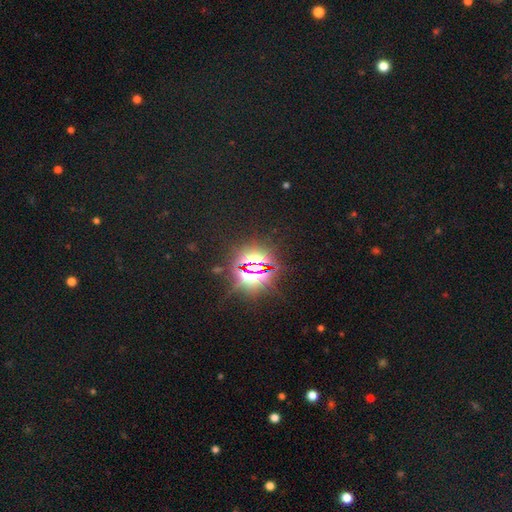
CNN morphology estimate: This is clearly a star or artifact rather than a galaxy (81%).